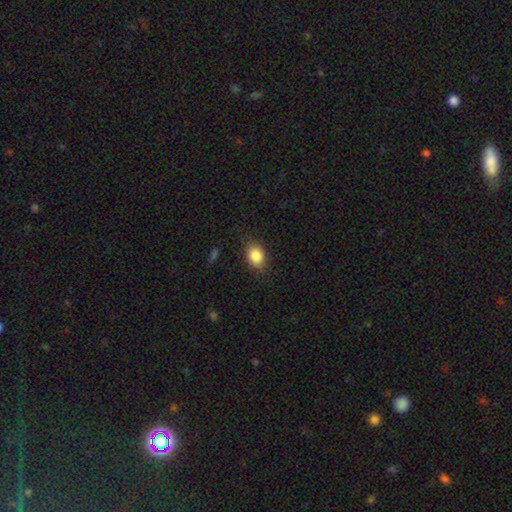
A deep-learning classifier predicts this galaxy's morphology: smooth-or-featured: smooth: 85% | star or artifact: 9% | featured or disk: 6%
  how-rounded: in between: 62% | round: 36% | cigar-shaped: 1%
  merging: none: 81% | minor disturbance: 14% | major disturbance: 4% | merger: 1%